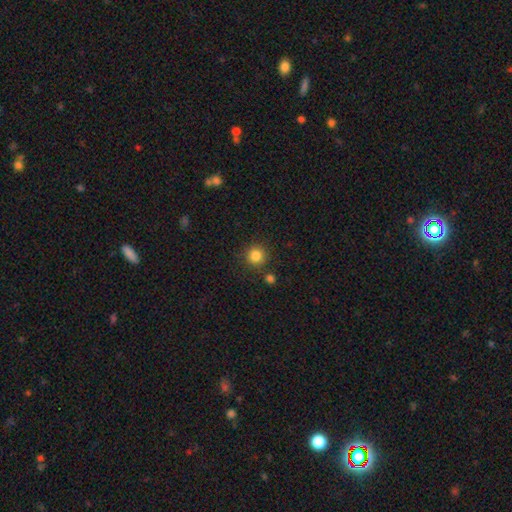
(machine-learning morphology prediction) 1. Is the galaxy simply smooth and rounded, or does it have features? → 85% smooth, 11% star or artifact, 4% featured or disk.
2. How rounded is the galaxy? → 94% round, 5% in between, 1% cigar-shaped.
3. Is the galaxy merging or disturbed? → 86% none, 7% minor disturbance, 5% merger, 2% major disturbance.